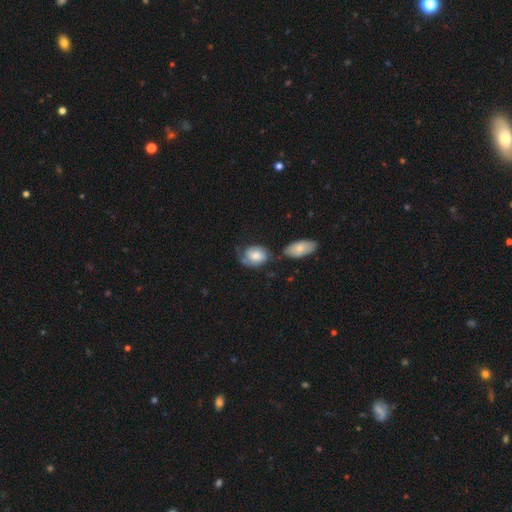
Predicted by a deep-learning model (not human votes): This is possibly a smooth galaxy (48%). Merging: marginally none (41%).